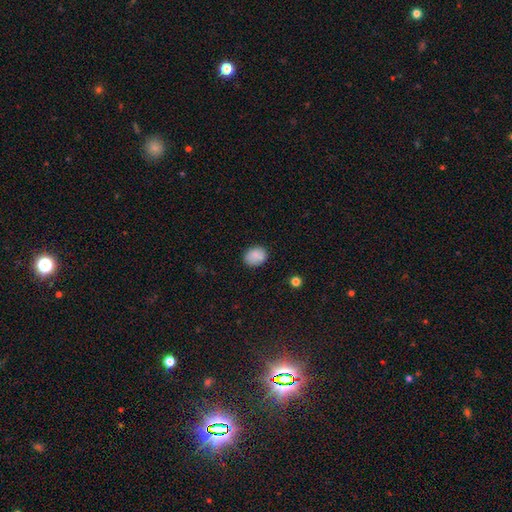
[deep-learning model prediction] The model was most divided on "how rounded": in between: 56%, round: 43%, cigar-shaped: 1%. More confident: smooth or featured — smooth (86%); merging — none (83%).